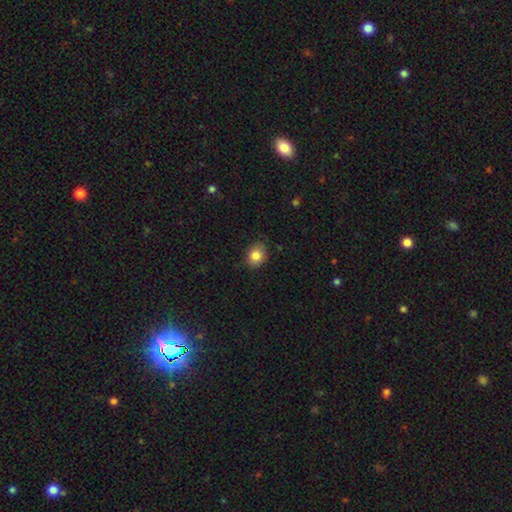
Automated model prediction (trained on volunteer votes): Morphology: type=smooth (83%); roundness=in between (50%); merging=none (79%).